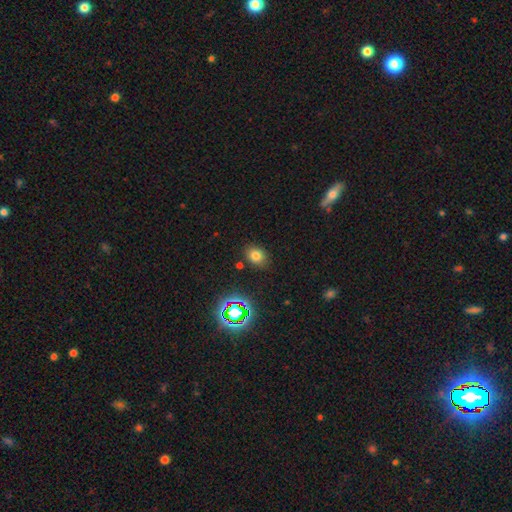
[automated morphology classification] Overall: smooth (73%). How rounded: round (51%; in between 47%). Merging: none (82%).